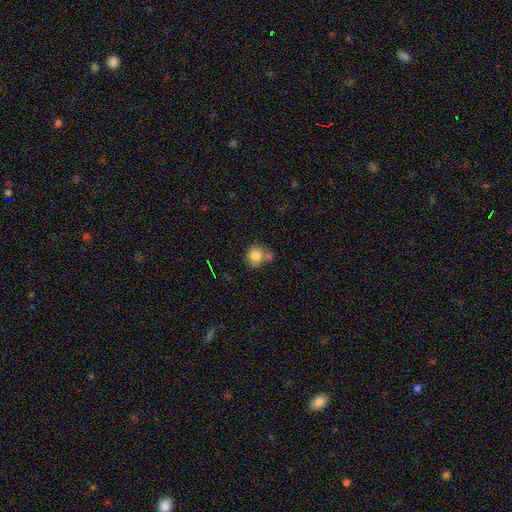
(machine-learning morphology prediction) Q: Smooth or featured?
A: smooth (81%); runner-up: star or artifact (10%)
Q: How rounded?
A: round (84%); runner-up: in between (15%)
Q: Merging?
A: none (51%); runner-up: merger (25%)